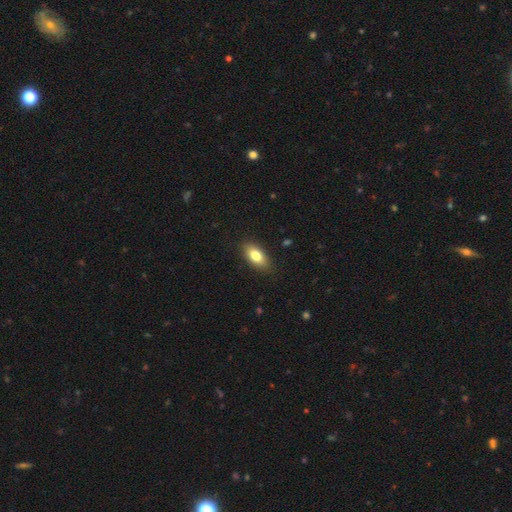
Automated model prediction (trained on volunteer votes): Smooth or featured? Predicted: smooth (p=0.80). How rounded? Predicted: in between (p=0.88). Merging? Predicted: none (p=0.86).